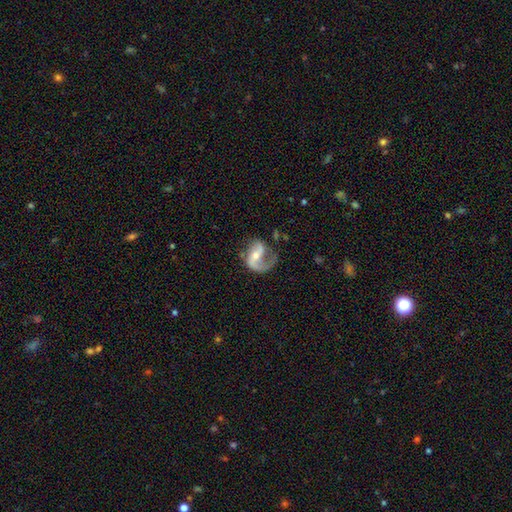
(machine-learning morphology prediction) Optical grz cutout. It shows a featured or disk galaxy (84%) with a weak bar (41%), 2 (58%) loose (49%) spiral arms (93%) and a moderate central bulge (48%). Merging: none (43%).